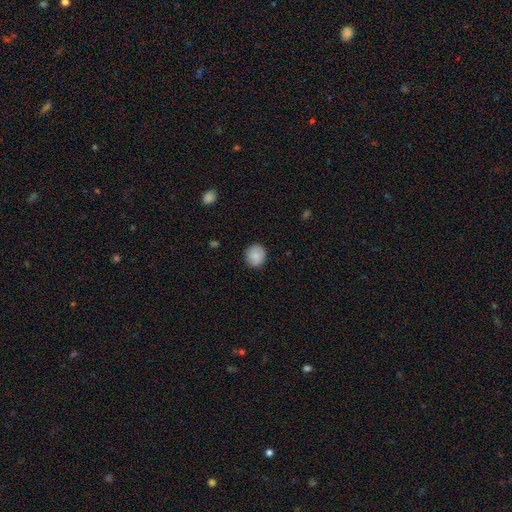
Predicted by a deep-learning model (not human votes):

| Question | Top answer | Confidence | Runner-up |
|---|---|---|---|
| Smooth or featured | smooth | 84% | featured or disk (9%) |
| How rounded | round | 85% | in between (14%) |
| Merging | none | 87% | minor disturbance (10%) |